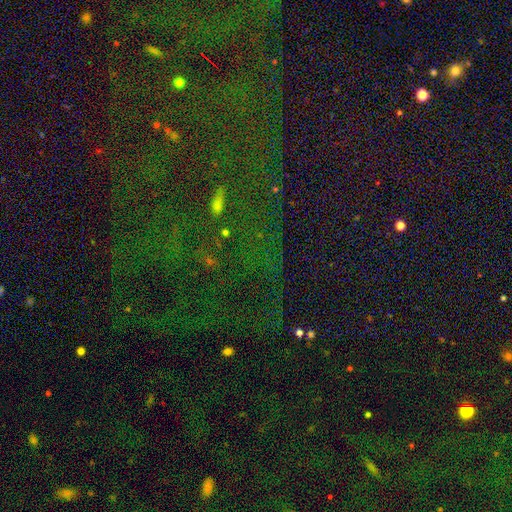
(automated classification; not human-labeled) Morphology: type=star or artifact (76%).